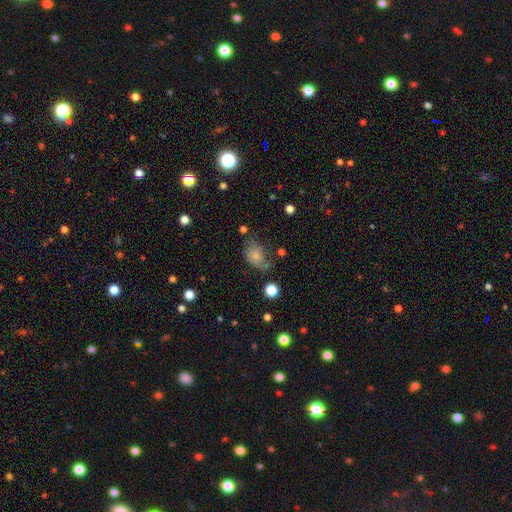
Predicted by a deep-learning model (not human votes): A smooth galaxy with no disk features (71%) that is in between round and cigar-shaped (69%). Merging: none (41%).